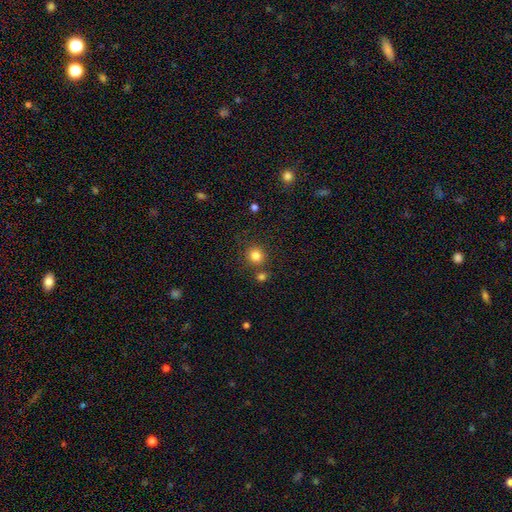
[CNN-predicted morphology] The model was most divided on "merging": none: 78%, merger: 11%, minor disturbance: 8%, major disturbance: 3%. More confident: how rounded — round (92%); smooth or featured — smooth (82%).